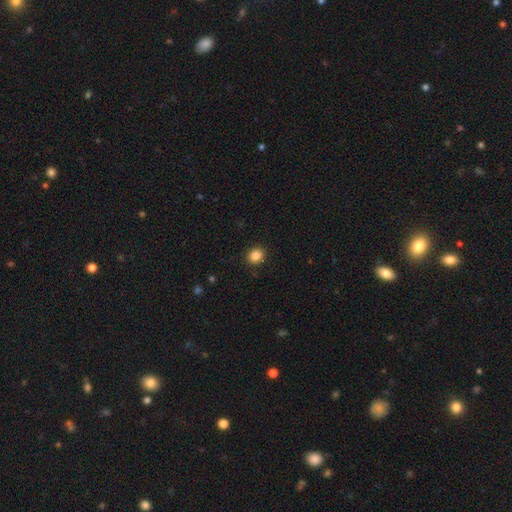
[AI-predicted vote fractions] smooth-or-featured: smooth: 87% | star or artifact: 10% | featured or disk: 4%
  how-rounded: round: 72% | in between: 27% | cigar-shaped: 1%
  merging: none: 91% | minor disturbance: 6% | major disturbance: 2% | merger: 1%